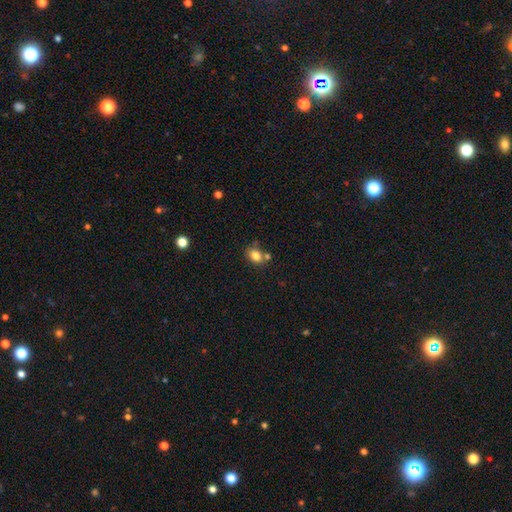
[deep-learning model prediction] Smooth or featured: smooth — 81% (star or artifact — 11%)
How rounded: in between — 59% (round — 39%)
Merging: none — 62% (merger — 20%)